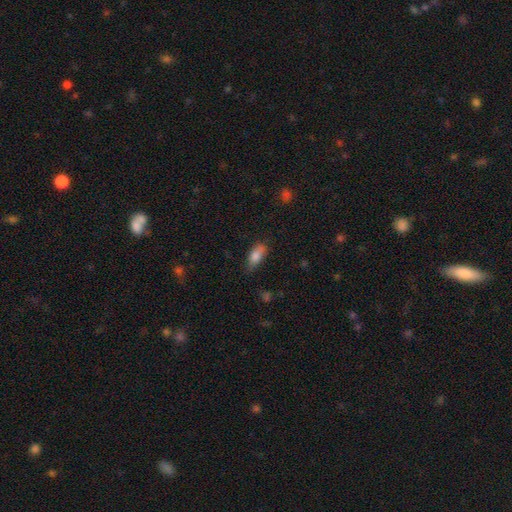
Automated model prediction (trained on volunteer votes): Overall: smooth (82%). How rounded: in between (81%). Merging: none (61%; minor disturbance 30%).